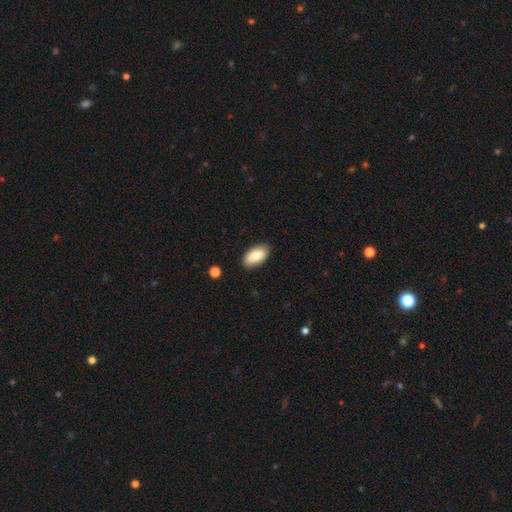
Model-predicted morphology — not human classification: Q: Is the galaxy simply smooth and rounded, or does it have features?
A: smooth — 80%.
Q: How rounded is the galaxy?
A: in between — 94%.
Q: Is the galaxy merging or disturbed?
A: none — 85%.